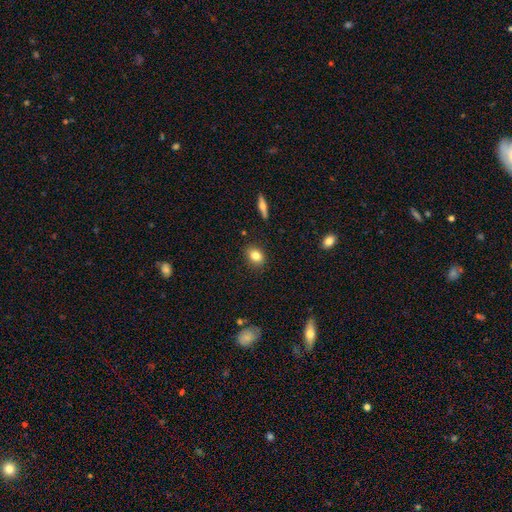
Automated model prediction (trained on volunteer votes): Smooth or featured? smooth (82%)
How rounded? in between (65%)
Merging? none (86%)